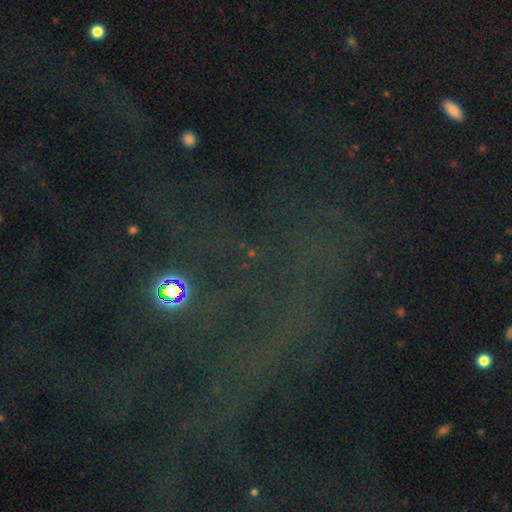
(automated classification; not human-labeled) This appears to be a star or artifact, not a galaxy (76%).